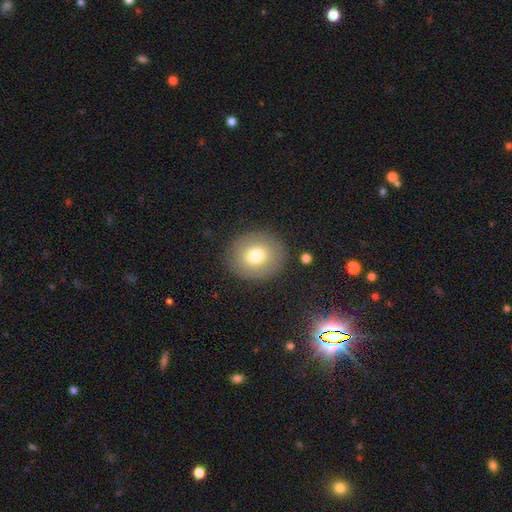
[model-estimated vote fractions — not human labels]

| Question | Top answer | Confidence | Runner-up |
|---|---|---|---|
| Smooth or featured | smooth | 72% | featured or disk (18%) |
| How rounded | round | 78% | in between (21%) |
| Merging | none | 85% | minor disturbance (9%) |